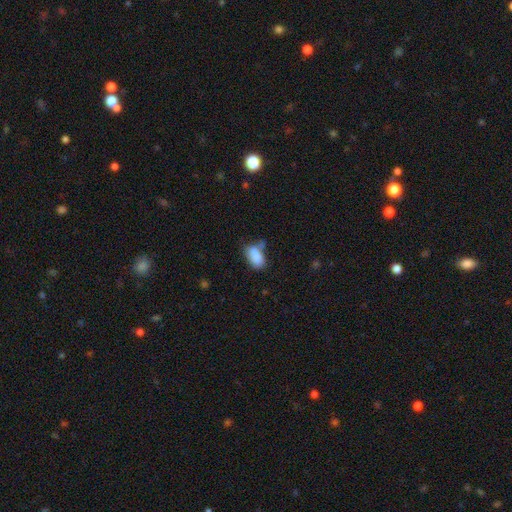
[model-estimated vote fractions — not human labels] This appears to be a smooth galaxy with no disk features (84%) that is in between round and cigar-shaped (91%). Merging: none (42%).